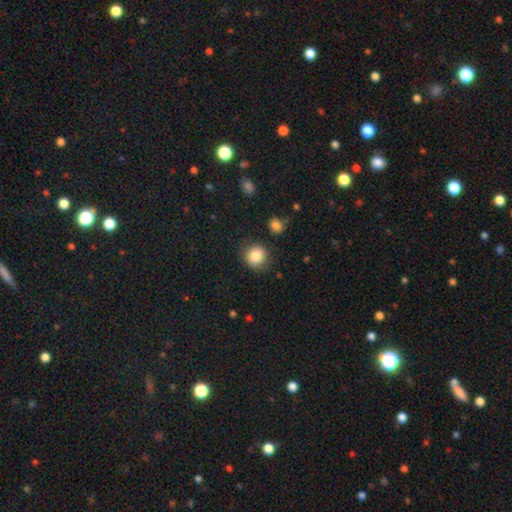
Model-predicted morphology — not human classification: Q: Smooth or featured?
A: smooth (84%); runner-up: star or artifact (10%)
Q: How rounded?
A: round (88%); runner-up: in between (11%)
Q: Merging?
A: none (85%); runner-up: minor disturbance (10%)